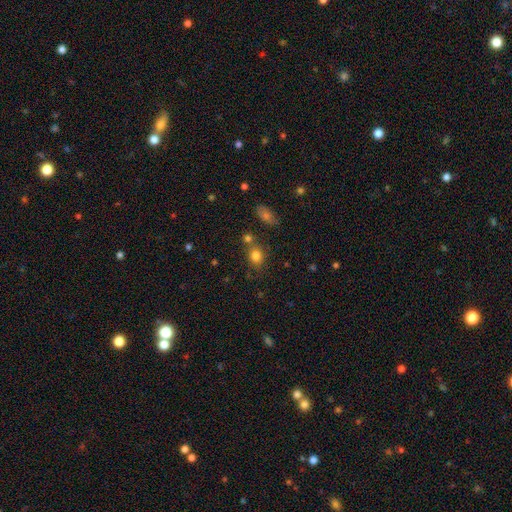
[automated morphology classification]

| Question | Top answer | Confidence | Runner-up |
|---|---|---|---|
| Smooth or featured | smooth | 80% | star or artifact (12%) |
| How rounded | round | 57% | in between (42%) |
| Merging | none | 65% | merger (17%) |